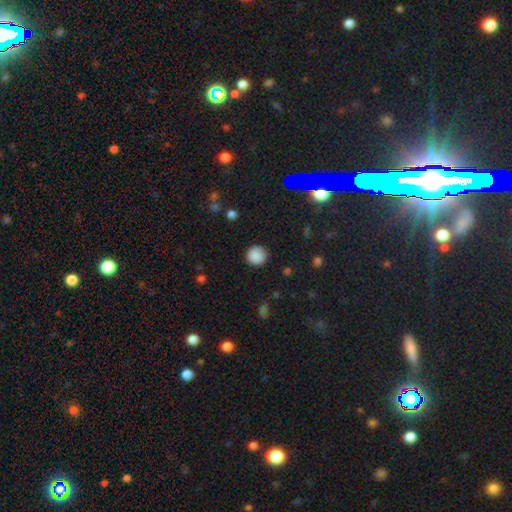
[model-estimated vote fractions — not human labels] Smooth or featured? smooth (86%)
How rounded? round (92%)
Merging? none (86%)